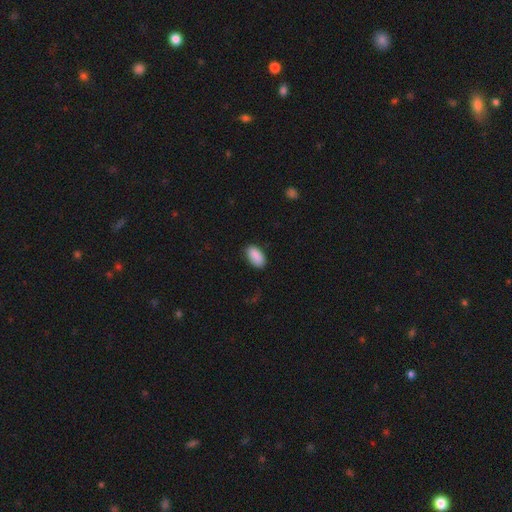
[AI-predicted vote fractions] This is clearly a smooth galaxy (90%). How rounded: clearly in between (94%). Merging: clearly none (87%).